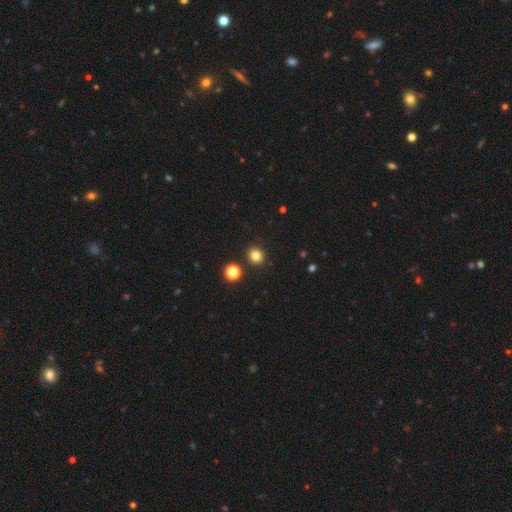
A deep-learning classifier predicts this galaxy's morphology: Smooth or featured: smooth — 81% (star or artifact — 14%)
How rounded: round — 86% (in between — 14%)
Merging: none — 89% (minor disturbance — 6%)